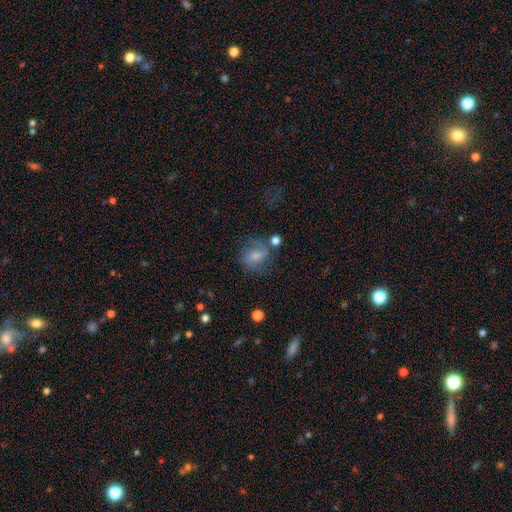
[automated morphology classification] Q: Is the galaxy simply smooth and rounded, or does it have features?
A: smooth — 55%.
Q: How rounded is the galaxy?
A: round — 61%.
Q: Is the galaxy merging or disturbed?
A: none — 55%.